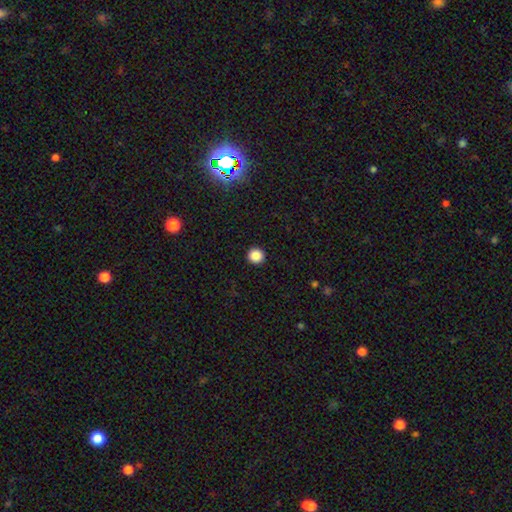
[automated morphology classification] smooth-or-featured: smooth: 86% | star or artifact: 10% | featured or disk: 3%
  how-rounded: round: 95% | in between: 4% | cigar-shaped: 1%
  merging: none: 94% | minor disturbance: 4% | major disturbance: 1% | merger: 1%